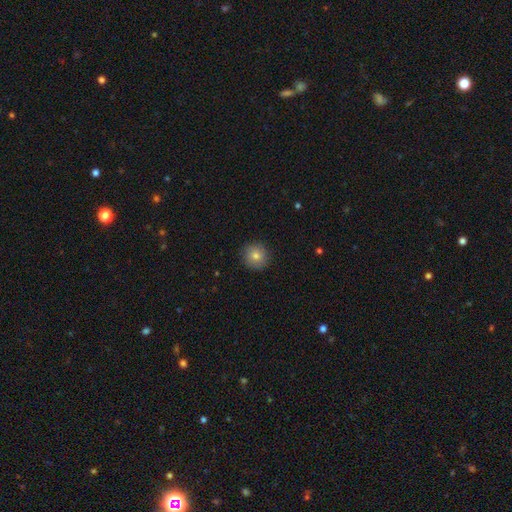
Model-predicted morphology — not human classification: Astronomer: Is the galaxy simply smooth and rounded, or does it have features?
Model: smooth — 79%.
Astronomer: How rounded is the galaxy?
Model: round — 93%.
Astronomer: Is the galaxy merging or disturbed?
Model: none — 89%.